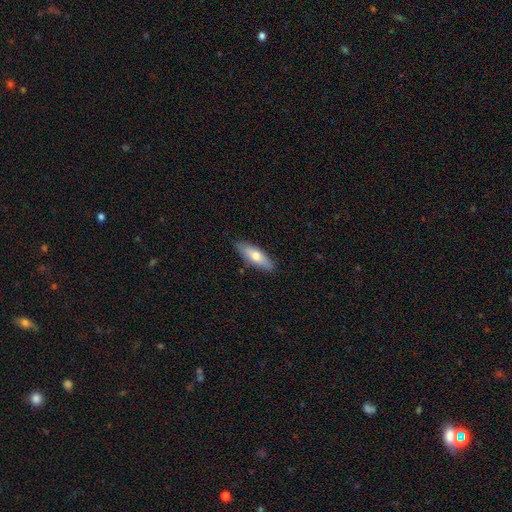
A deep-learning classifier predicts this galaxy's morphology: Smooth or featured: smooth — 68% (featured or disk — 26%)
How rounded: in between — 53% (cigar-shaped — 45%)
Merging: none — 86% (minor disturbance — 11%)